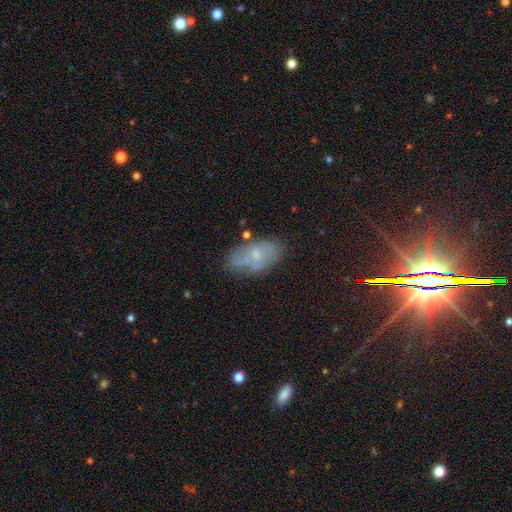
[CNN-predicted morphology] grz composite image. It shows a smooth galaxy with no disk features (50%) that is in between round and cigar-shaped (91%). Merging: none (64%).